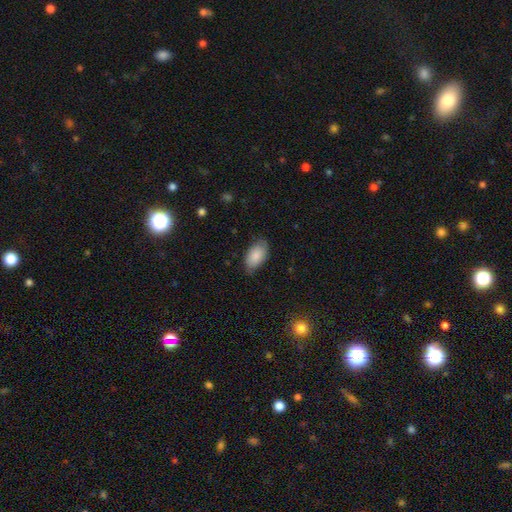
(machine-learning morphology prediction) type=smooth (85%); roundness=in between (94%); merging=none (71%).